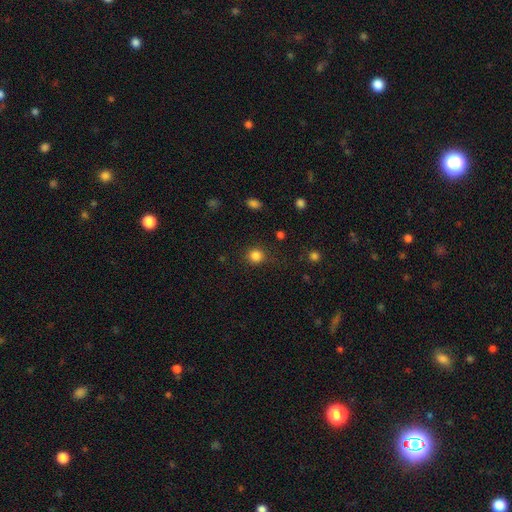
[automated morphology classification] A smooth galaxy with no disk features (84%) that is round (90%). Merging: none (85%).